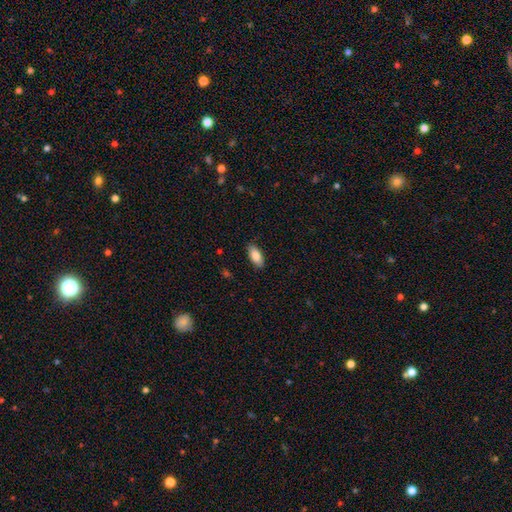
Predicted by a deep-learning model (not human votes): Smooth or featured? smooth (84%)
How rounded? in between (88%)
Merging? none (88%)